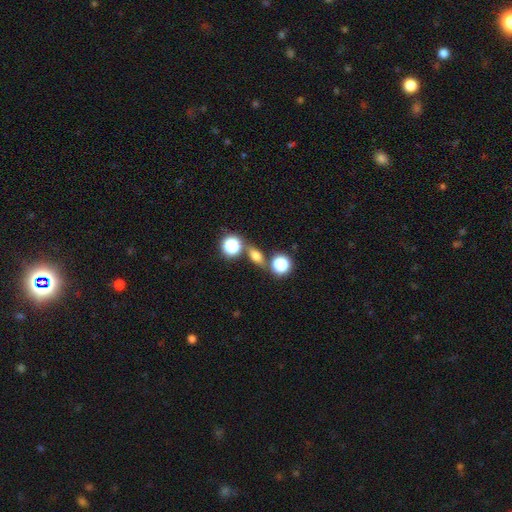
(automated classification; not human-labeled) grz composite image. It shows a smooth galaxy with no disk features (63%) that is in between round and cigar-shaped (47%). Merging: none (71%).